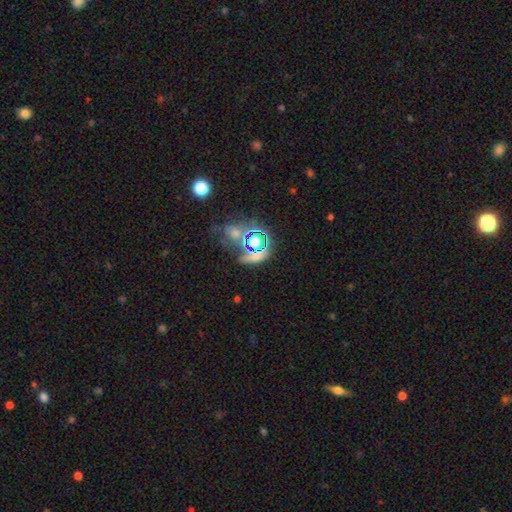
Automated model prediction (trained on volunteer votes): Q: Smooth or featured?
A: star or artifact (51%); runner-up: smooth (35%)